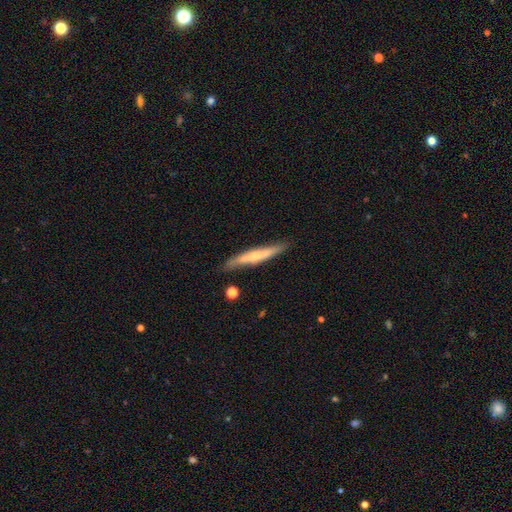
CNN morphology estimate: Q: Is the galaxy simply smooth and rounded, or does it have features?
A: featured or disk — 49%.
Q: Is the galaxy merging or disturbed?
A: none — 82%.